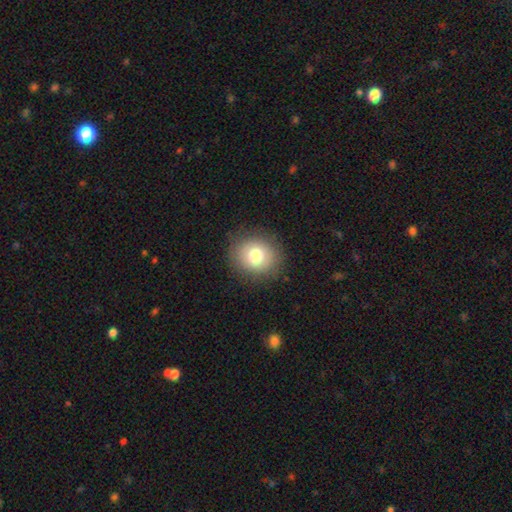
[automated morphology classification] Smooth or featured? smooth (77%)
How rounded? round (81%)
Merging? none (86%)